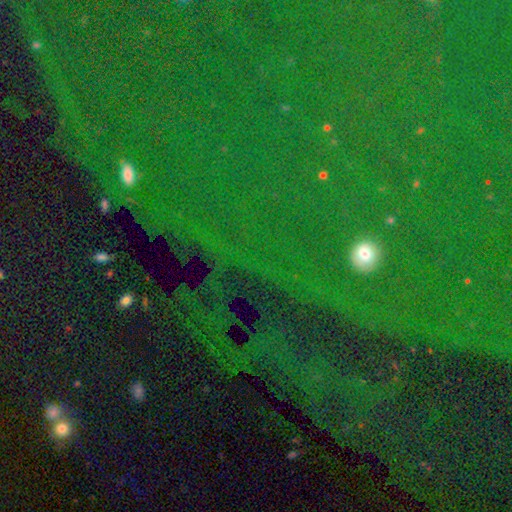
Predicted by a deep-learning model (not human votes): Q: Smooth or featured?
A: star or artifact (82%); runner-up: smooth (10%)